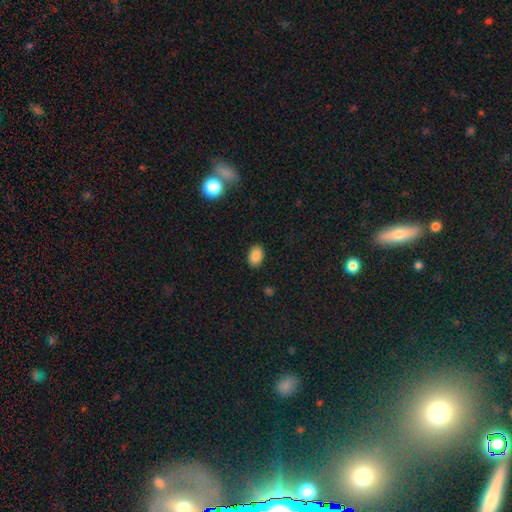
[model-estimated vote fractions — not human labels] Smooth or featured? smooth (87%)
How rounded? in between (86%)
Merging? none (88%)